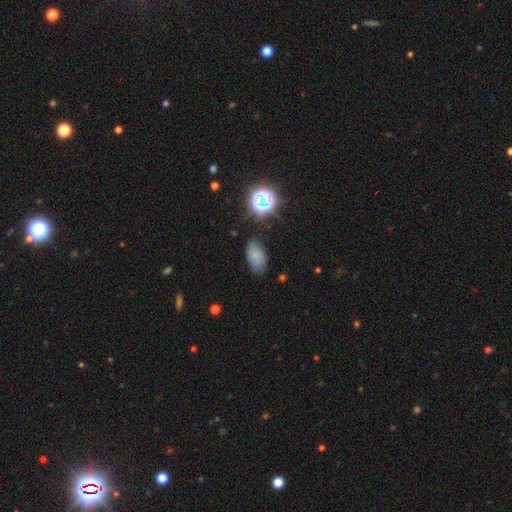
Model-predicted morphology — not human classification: Smooth or featured? smooth (60%)
How rounded? in between (89%)
Merging? none (71%)